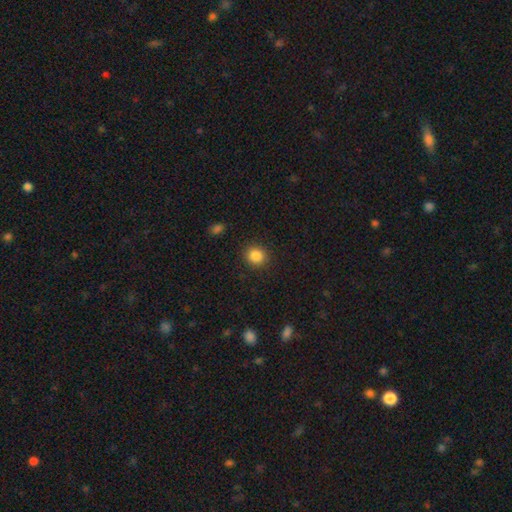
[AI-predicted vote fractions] A smooth galaxy with no disk features (86%) that is round (82%). Merging: none (90%).